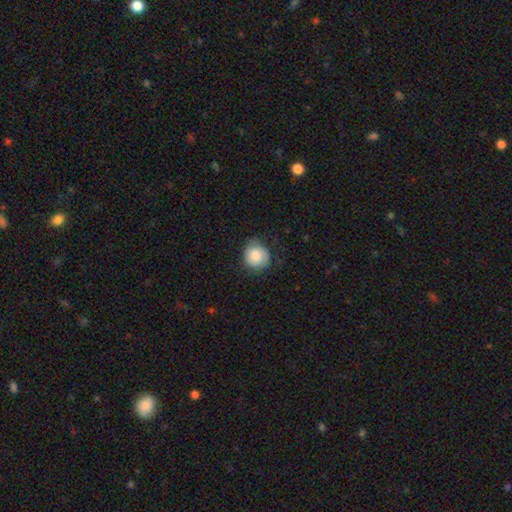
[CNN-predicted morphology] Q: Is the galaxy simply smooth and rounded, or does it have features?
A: smooth — 75%.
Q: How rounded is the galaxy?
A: round — 84%.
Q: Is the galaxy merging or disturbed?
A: none — 70%.